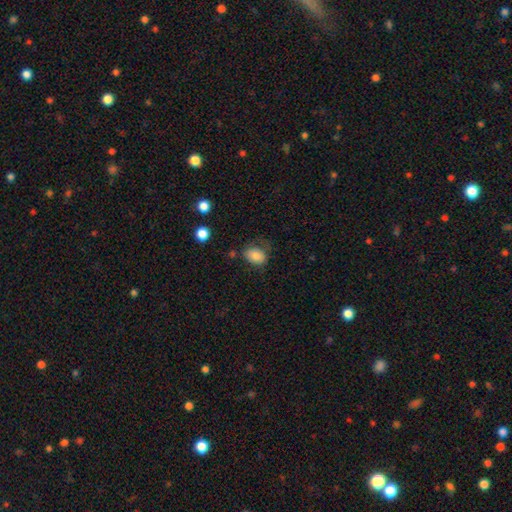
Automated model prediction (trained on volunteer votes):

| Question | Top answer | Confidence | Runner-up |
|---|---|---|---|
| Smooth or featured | smooth | 82% | star or artifact (9%) |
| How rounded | in between | 72% | round (26%) |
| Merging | none | 59% | minor disturbance (26%) |